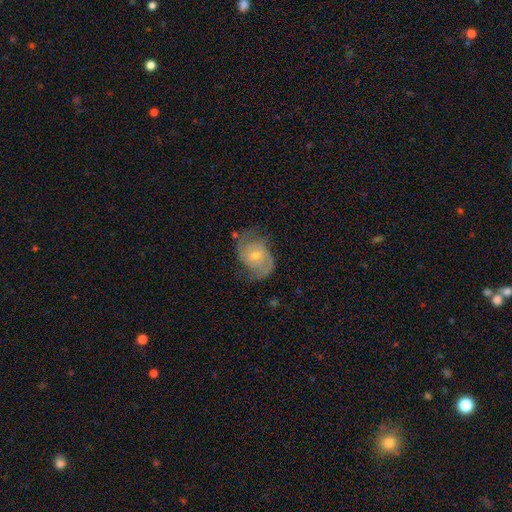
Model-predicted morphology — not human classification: Smooth or featured: featured or disk — 76% (smooth — 18%)
Edge-on disk: no — 97% (yes — 3%)
Bar: no — 64% (weak — 31%)
Spiral arms: yes — 92% (no — 8%)
Spiral winding: medium — 46% (tight — 30%)
Spiral arm count: 2 — 81% (can't tell — 10%)
Bulge size: moderate — 49% (small — 45%)
Merging: none — 63% (minor disturbance — 23%)